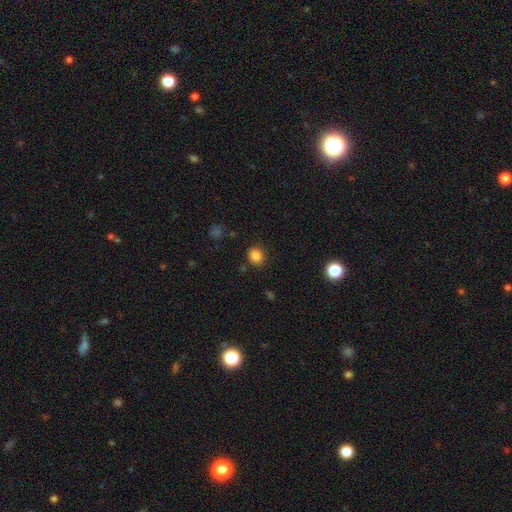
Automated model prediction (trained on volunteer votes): smooth-or-featured: smooth: 85% | star or artifact: 11% | featured or disk: 4%
  how-rounded: round: 74% | in between: 25% | cigar-shaped: 1%
  merging: none: 86% | minor disturbance: 9% | major disturbance: 3% | merger: 2%